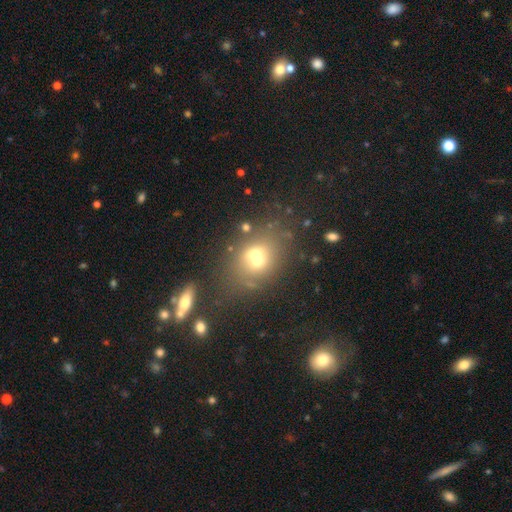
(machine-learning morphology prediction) smooth-or-featured: smooth: 56% | featured or disk: 28% | star or artifact: 16%
  how-rounded: round: 55% | in between: 44% | cigar-shaped: 1%
  merging: merger: 53% | none: 32% | minor disturbance: 9% | major disturbance: 6%